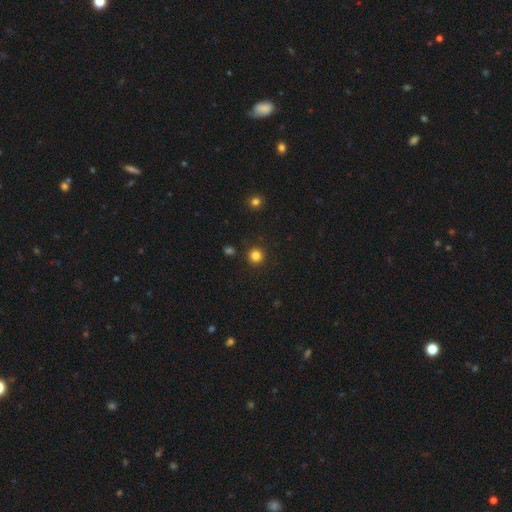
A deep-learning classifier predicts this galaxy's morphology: smooth-or-featured: smooth: 83% | star or artifact: 13% | featured or disk: 4%
  how-rounded: round: 95% | in between: 4% | cigar-shaped: 1%
  merging: none: 91% | minor disturbance: 5% | major disturbance: 2% | merger: 2%